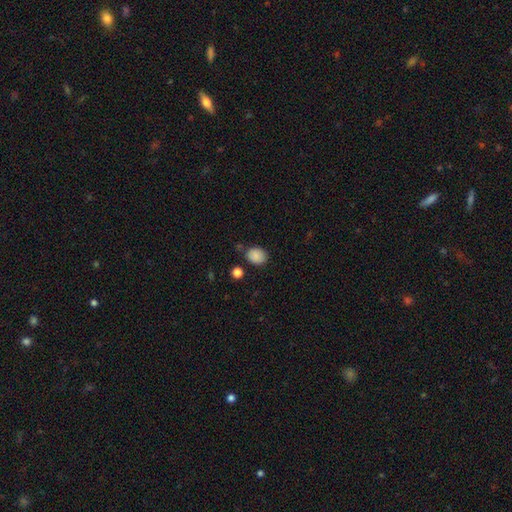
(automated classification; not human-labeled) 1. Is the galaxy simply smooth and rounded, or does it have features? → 87% smooth, 9% star or artifact, 4% featured or disk.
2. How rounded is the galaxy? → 51% round, 48% in between, 1% cigar-shaped.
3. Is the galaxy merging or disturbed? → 77% none, 15% minor disturbance, 5% merger, 4% major disturbance.